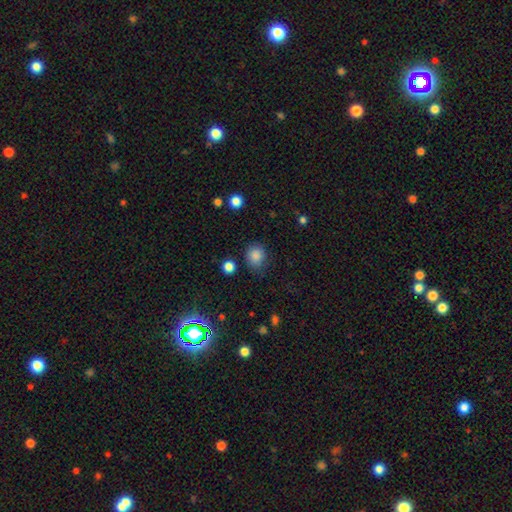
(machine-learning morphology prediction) Smooth or featured? smooth (84%)
How rounded? round (77%)
Merging? none (77%)